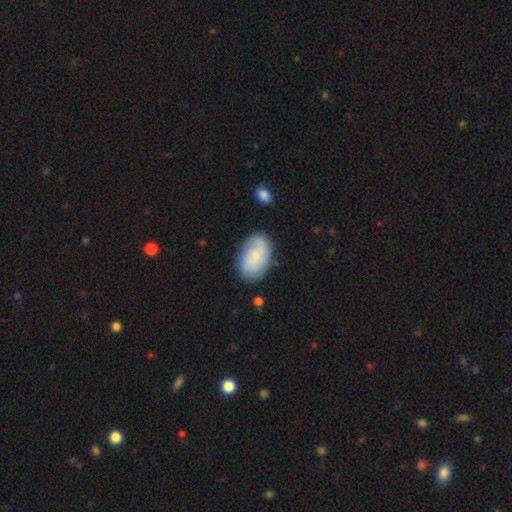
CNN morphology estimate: Smooth or featured? Predicted: smooth (p=0.58). How rounded? Predicted: in between (p=0.90). Merging? Predicted: none (p=0.79).